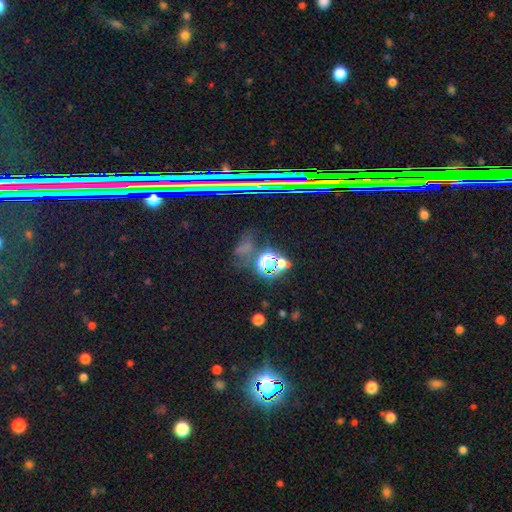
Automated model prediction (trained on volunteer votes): This is likely a star or artifact rather than a galaxy (76%).